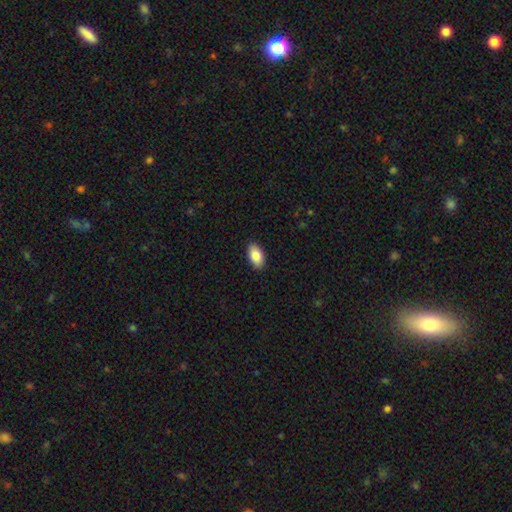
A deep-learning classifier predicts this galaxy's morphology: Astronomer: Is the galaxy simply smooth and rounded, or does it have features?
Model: smooth — 86%.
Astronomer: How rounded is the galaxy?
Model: in between — 94%.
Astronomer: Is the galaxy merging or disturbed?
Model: none — 90%.